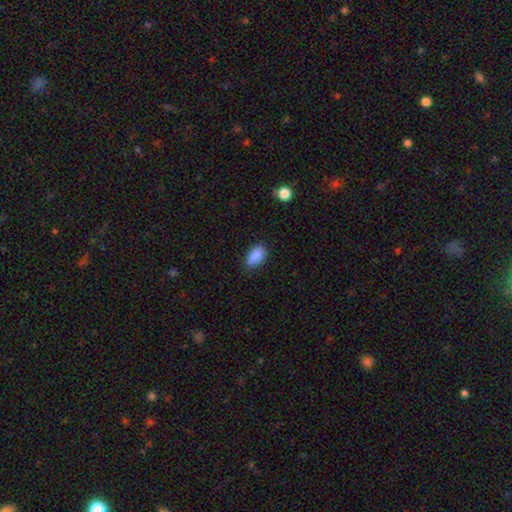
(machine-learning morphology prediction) This is clearly a smooth galaxy (87%). How rounded: clearly in between (90%). Merging: likely none (72%).